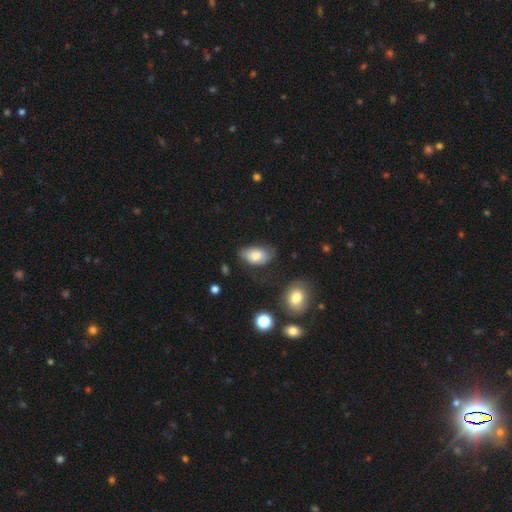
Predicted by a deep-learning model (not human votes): The model was most divided on "merging": none: 65%, minor disturbance: 25%, major disturbance: 7%, merger: 3%. More confident: how rounded — in between (91%); smooth or featured — smooth (75%).